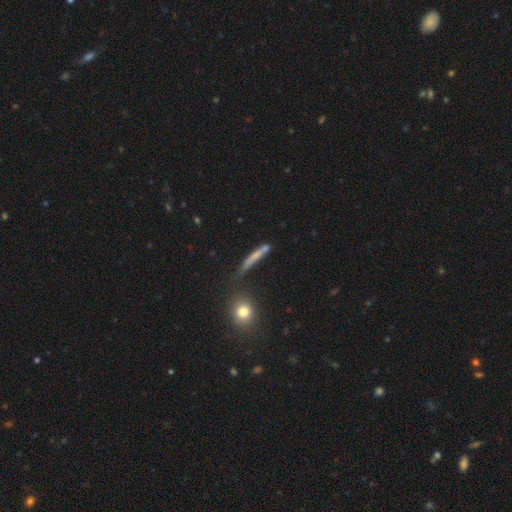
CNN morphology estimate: This appears to be a smooth galaxy with no disk features (59%) that is cigar-shaped (88%). Merging: none (64%).